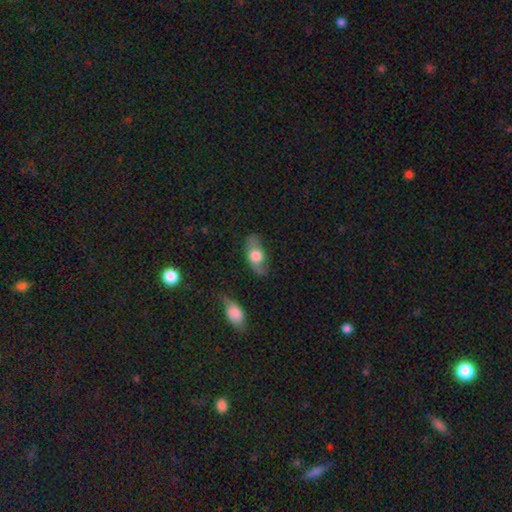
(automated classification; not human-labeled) smooth_or_featured: smooth (p=0.53) [alt: featured or disk p=0.40]
how_rounded: in between (p=0.81) [alt: cigar-shaped p=0.10]
merging: none (p=0.66) [alt: minor disturbance p=0.22]